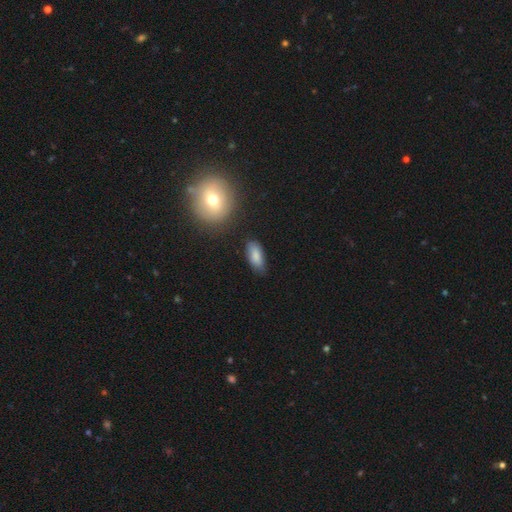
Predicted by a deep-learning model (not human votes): smooth-or-featured: smooth: 83% | featured or disk: 9% | star or artifact: 8%
  how-rounded: in between: 85% | cigar-shaped: 12% | round: 3%
  merging: none: 73% | minor disturbance: 20% | major disturbance: 4% | merger: 3%